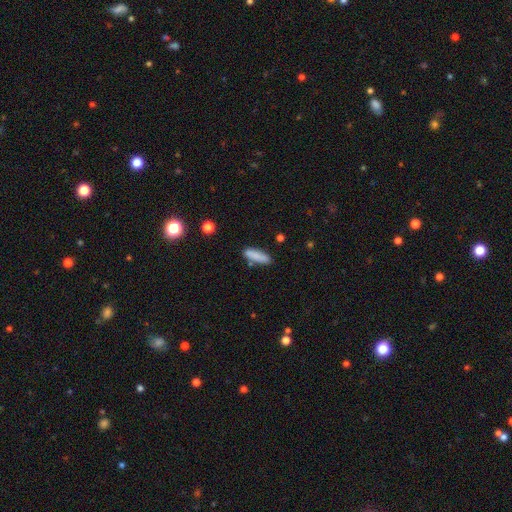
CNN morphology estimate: smooth 84%, featured or disk 9%, star or artifact 7%. Down the decision tree: how rounded — cigar-shaped (58%); merging — none (79%).